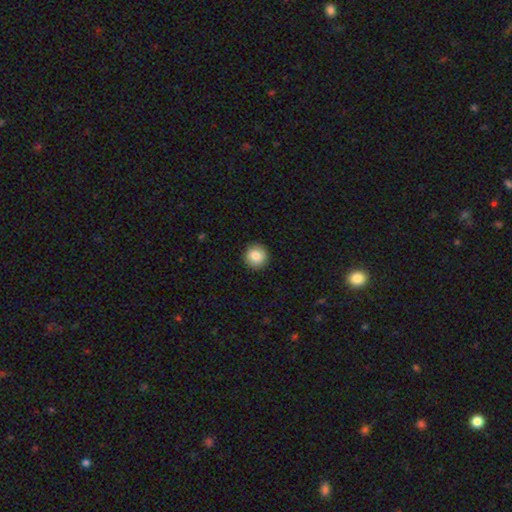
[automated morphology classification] A smooth galaxy with no disk features (85%) that is round (93%). Merging: none (91%).